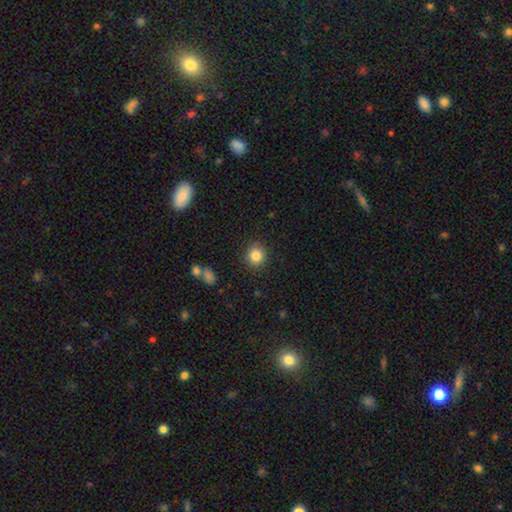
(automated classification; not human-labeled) Smooth or featured: smooth — 84% (star or artifact — 11%)
How rounded: round — 88% (in between — 12%)
Merging: none — 89% (minor disturbance — 7%)